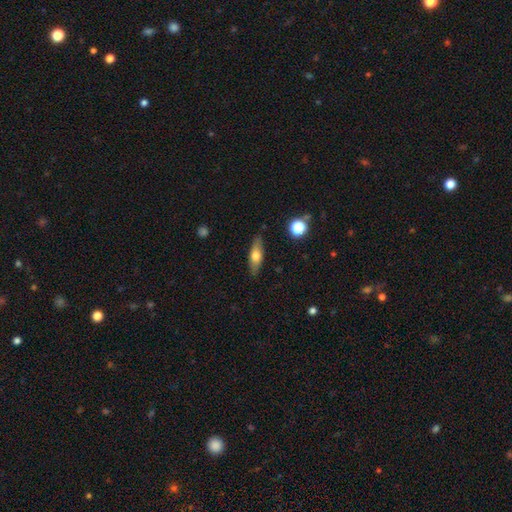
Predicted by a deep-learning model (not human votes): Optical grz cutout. It shows a smooth galaxy with no disk features (59%) that is in between round and cigar-shaped (50%). Merging: none (85%).